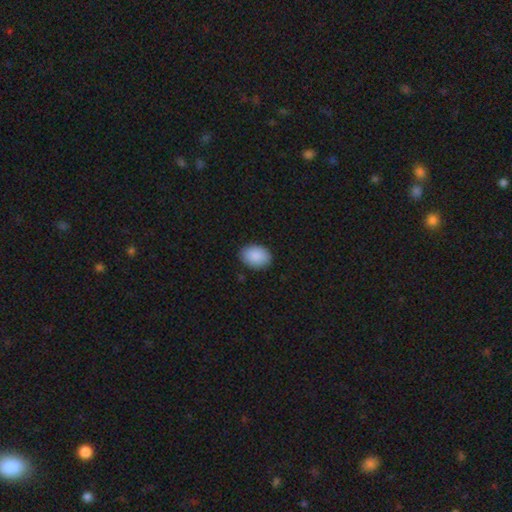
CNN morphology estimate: Smooth or featured: smooth — 90% (star or artifact — 7%)
How rounded: in between — 73% (round — 26%)
Merging: none — 87% (minor disturbance — 10%)